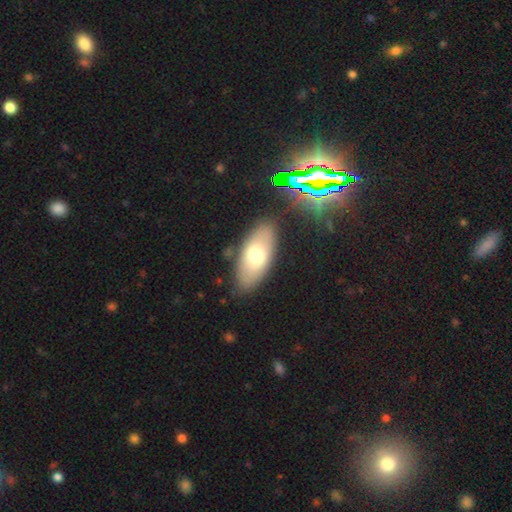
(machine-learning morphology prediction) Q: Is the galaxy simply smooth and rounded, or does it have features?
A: smooth — 67%.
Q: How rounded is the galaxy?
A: in between — 88%.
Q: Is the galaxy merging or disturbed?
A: none — 83%.